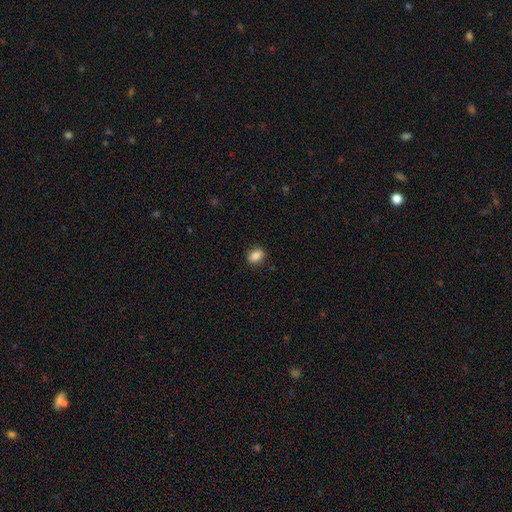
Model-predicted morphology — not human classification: smooth-or-featured: smooth: 84% | star or artifact: 9% | featured or disk: 7%
  how-rounded: in between: 63% | round: 35% | cigar-shaped: 2%
  merging: none: 87% | minor disturbance: 10% | major disturbance: 2% | merger: 1%